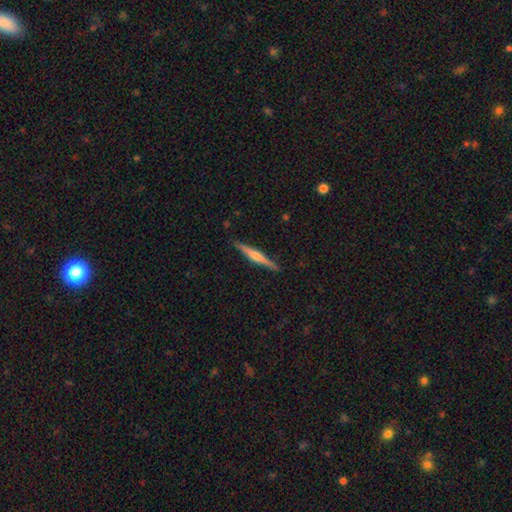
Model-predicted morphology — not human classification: Smooth or featured? featured or disk (69%)
Edge-on disk? yes (98%)
Edge-on bulge? rounded (75%)
Merging? none (91%)